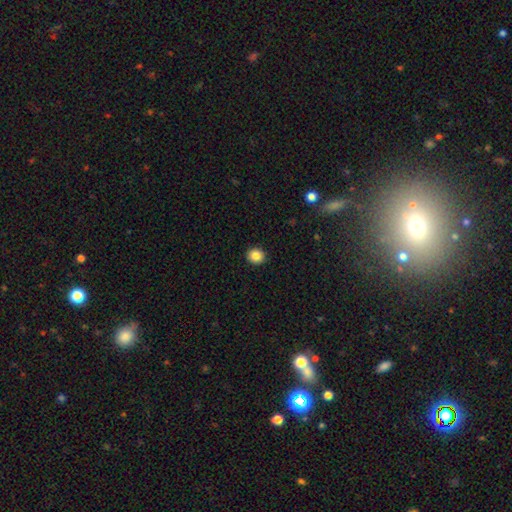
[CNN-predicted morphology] Smooth or featured? smooth (85%)
How rounded? round (84%)
Merging? none (92%)